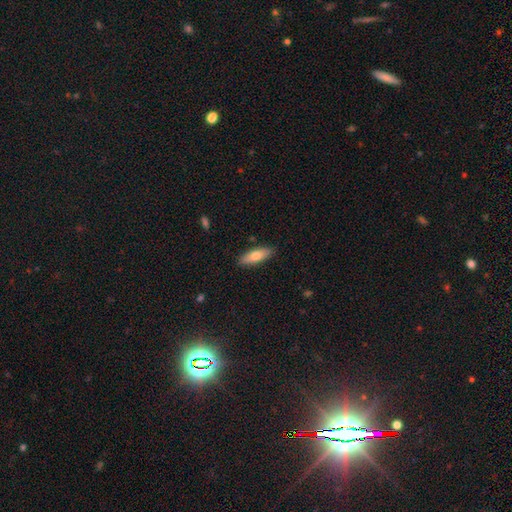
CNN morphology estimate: Overall: smooth (72%). How rounded: in between (57%; cigar-shaped 41%). Merging: none (88%).